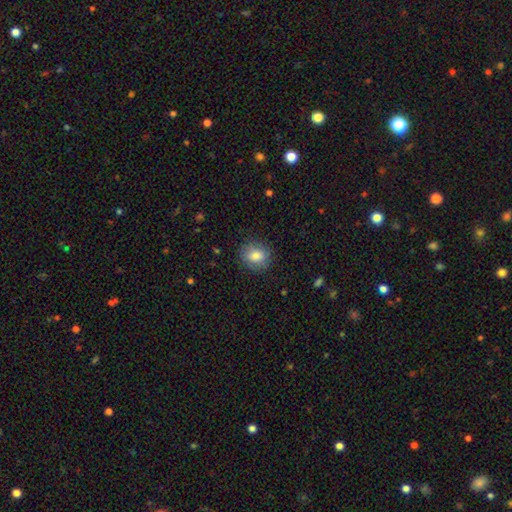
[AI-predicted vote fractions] Smooth or featured?
  - smooth: 81% *
  - featured or disk: 10%
  - star or artifact: 9%
How rounded?
  - round: 64% *
  - in between: 35%
  - cigar-shaped: 1%
Merging?
  - none: 84% *
  - minor disturbance: 11%
  - major disturbance: 3%
  - merger: 1%